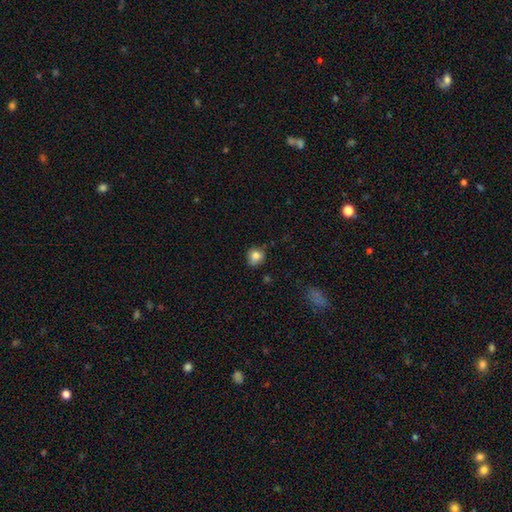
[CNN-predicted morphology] A smooth galaxy with no disk features (81%) that is round (80%).

Vote fractions:
- Smooth or featured? smooth: 81% / star or artifact: 10% / featured or disk: 9%
- How rounded? round: 80% / in between: 19% / cigar-shaped: 1%
- Merging? none: 75% / minor disturbance: 19% / major disturbance: 3% / merger: 2%